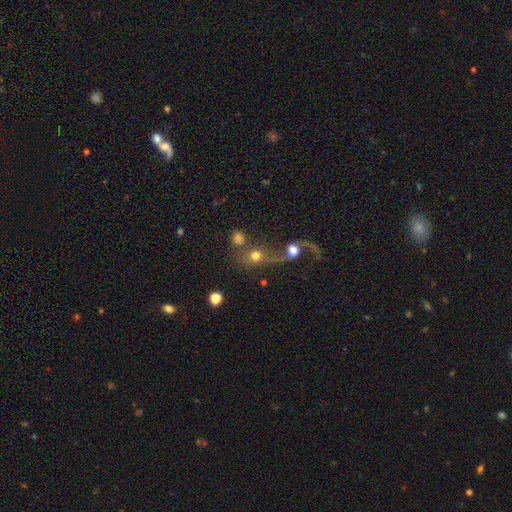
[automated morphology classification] type=smooth (59%); roundness=round (81%); merging=merger (51%).